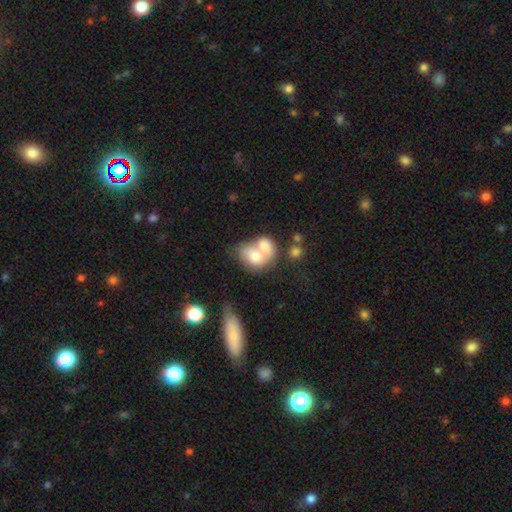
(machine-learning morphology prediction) Smooth or featured: smooth — 68% (featured or disk — 24%)
How rounded: in between — 67% (round — 31%)
Merging: merger — 70% (none — 17%)